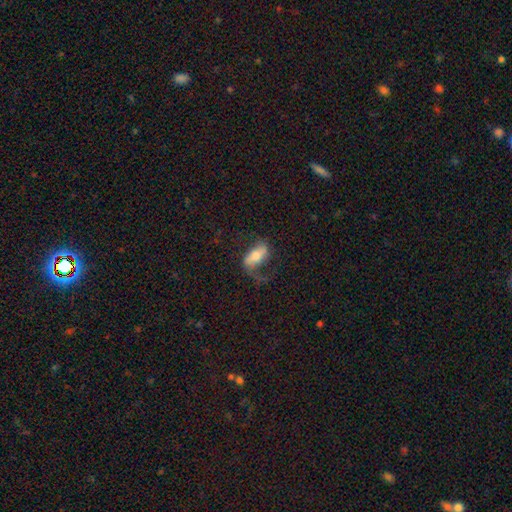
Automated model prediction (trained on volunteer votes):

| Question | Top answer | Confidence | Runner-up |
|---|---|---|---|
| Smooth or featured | featured or disk | 55% | smooth (37%) |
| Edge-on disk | no | 85% | yes (15%) |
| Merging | none | 52% | major disturbance (27%) |